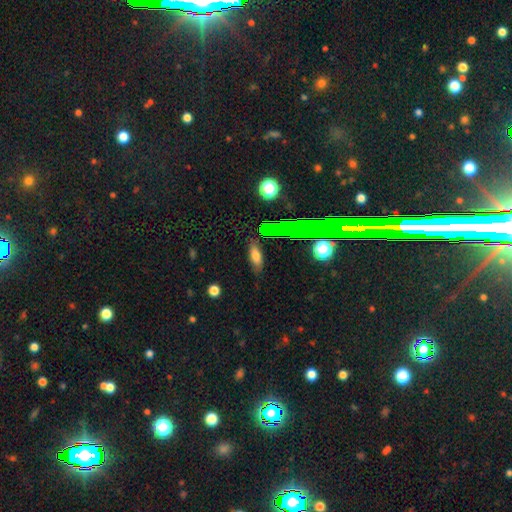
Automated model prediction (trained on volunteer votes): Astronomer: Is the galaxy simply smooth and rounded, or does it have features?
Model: smooth — 68%.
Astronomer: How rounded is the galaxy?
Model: in between — 69%.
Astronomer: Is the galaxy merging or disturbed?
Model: none — 78%.